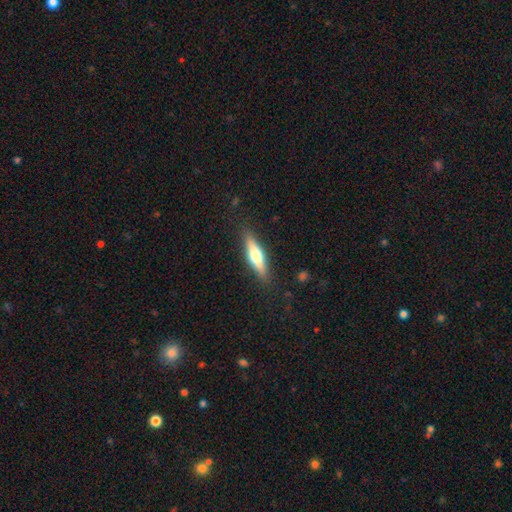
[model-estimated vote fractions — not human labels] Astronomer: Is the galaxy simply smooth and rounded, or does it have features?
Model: featured or disk — 50% (runner-up: smooth, 44%).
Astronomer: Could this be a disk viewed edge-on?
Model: yes — 94%.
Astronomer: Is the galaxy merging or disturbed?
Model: none — 87%.